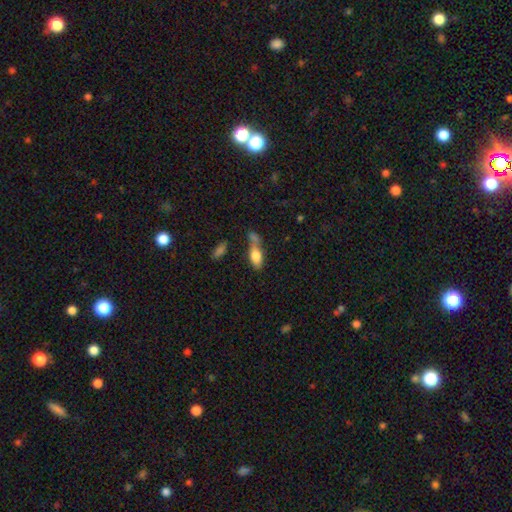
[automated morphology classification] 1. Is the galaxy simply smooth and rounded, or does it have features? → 78% smooth, 14% featured or disk, 8% star or artifact.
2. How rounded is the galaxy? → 83% in between, 13% cigar-shaped, 4% round.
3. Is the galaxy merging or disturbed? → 42% none, 33% merger, 17% minor disturbance, 8% major disturbance.